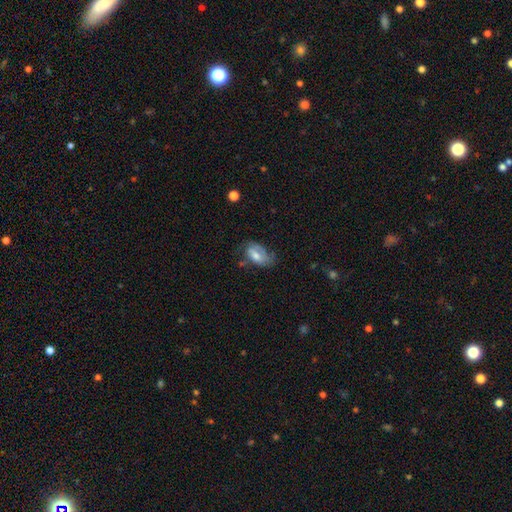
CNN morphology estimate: This appears to be a smooth galaxy with no disk features (54%) that is in between round and cigar-shaped (90%). Merging: none (46%).